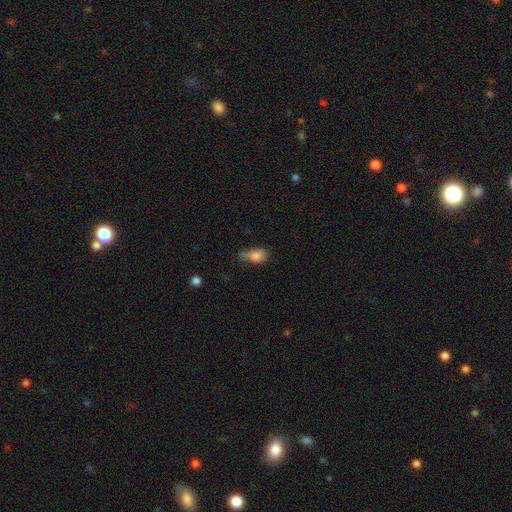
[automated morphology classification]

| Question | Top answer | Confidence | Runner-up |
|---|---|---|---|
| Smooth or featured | smooth | 80% | featured or disk (11%) |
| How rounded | in between | 83% | round (10%) |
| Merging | minor disturbance | 41% | none (35%) |